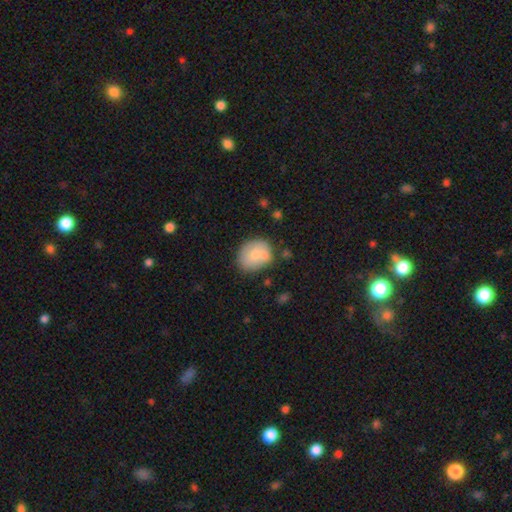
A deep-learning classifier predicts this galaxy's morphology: smooth 72%, featured or disk 21%, star or artifact 7%. Down the decision tree: how rounded — round (55%); merging — none (55%).